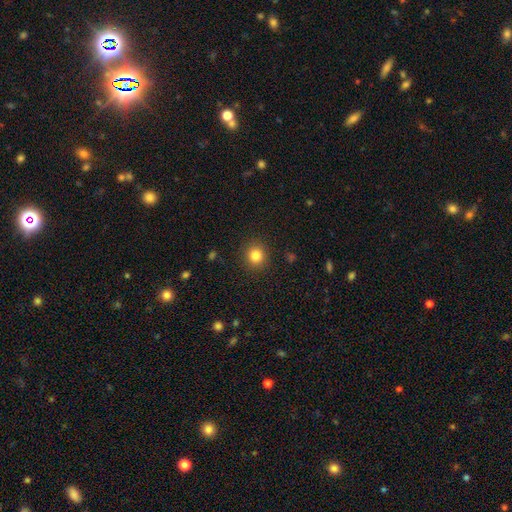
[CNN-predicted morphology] smooth-or-featured: smooth: 83% | star or artifact: 11% | featured or disk: 6%
  how-rounded: round: 90% | in between: 9% | cigar-shaped: 1%
  merging: none: 90% | minor disturbance: 7% | major disturbance: 2% | merger: 1%